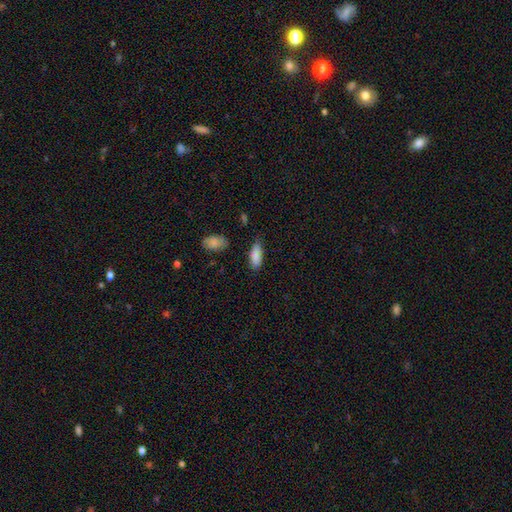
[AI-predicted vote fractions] This appears to be a smooth galaxy with no disk features (86%) that is in between round and cigar-shaped (76%). Merging: none (66%).